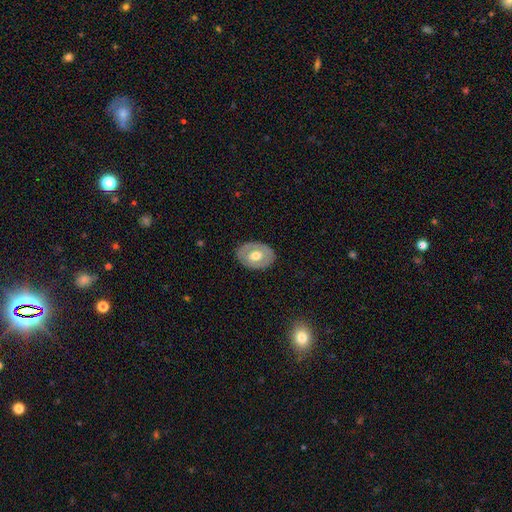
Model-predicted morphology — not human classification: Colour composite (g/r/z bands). It shows a smooth galaxy with no disk features (49%). Merging: none (83%).